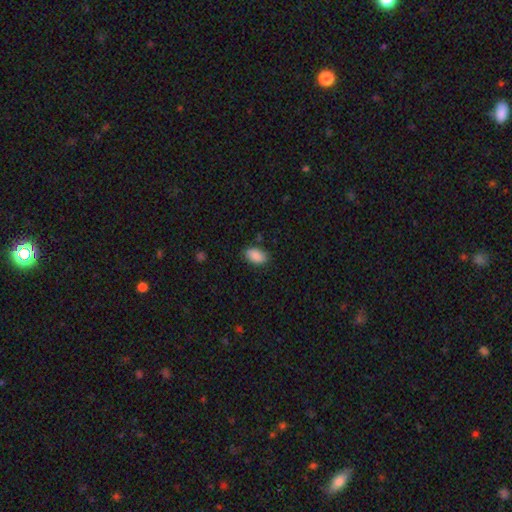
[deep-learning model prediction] smooth_or_featured: smooth (p=0.89) [alt: star or artifact p=0.07]
how_rounded: in between (p=0.92) [alt: round p=0.06]
merging: none (p=0.84) [alt: minor disturbance p=0.12]